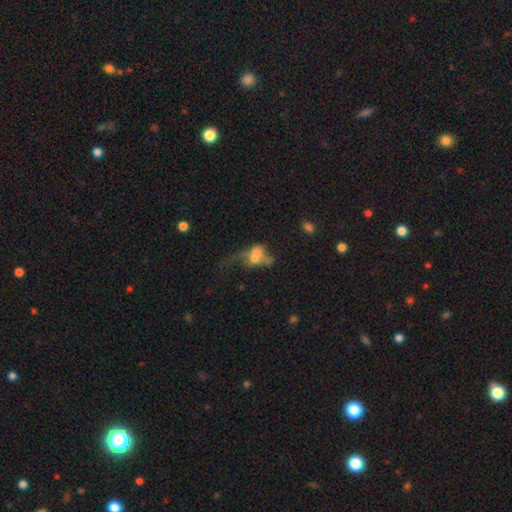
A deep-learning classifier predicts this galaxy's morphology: The model was most divided on "merging": major disturbance: 42%, merger: 29%, none: 15%, minor disturbance: 13%. More confident: how rounded — in between (75%); smooth or featured — smooth (51%).